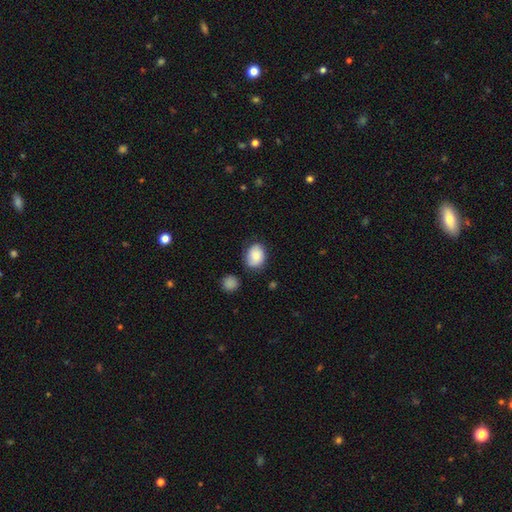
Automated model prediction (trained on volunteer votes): This appears to be a smooth galaxy with no disk features (83%) that is in between round and cigar-shaped (61%). Merging: none (72%).